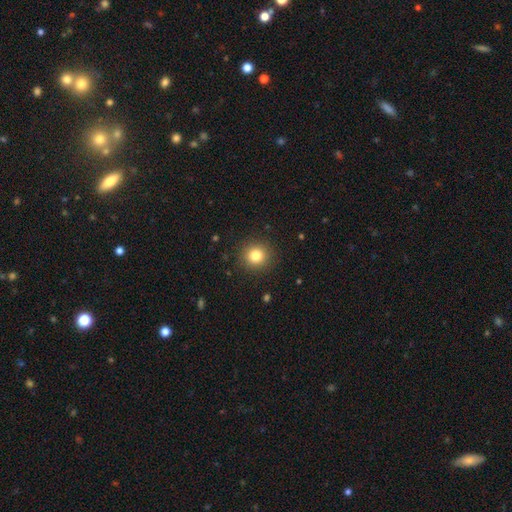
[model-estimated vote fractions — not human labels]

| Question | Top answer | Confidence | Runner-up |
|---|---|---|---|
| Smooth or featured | smooth | 81% | star or artifact (12%) |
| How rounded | round | 92% | in between (7%) |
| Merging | none | 91% | minor disturbance (6%) |